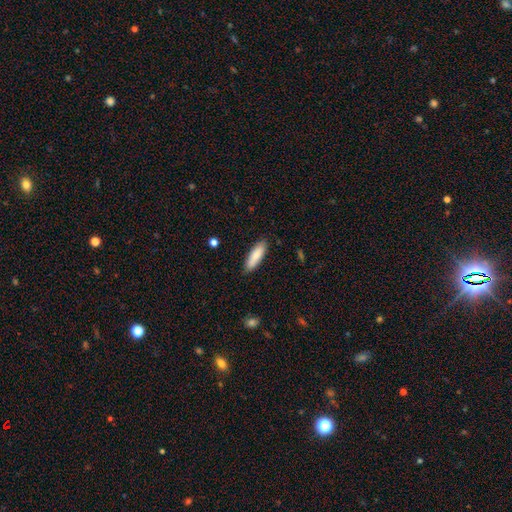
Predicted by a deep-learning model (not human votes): Smooth or featured? smooth (84%)
How rounded? cigar-shaped (51%)
Merging? none (86%)